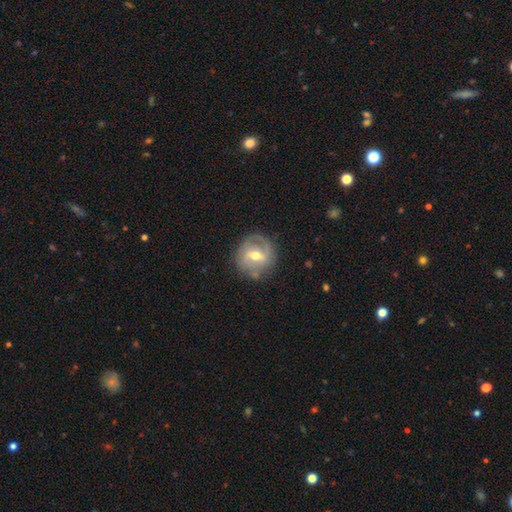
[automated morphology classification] The model was most divided on "spiral winding": medium: 40%, tight: 38%, loose: 22%. More confident: edge-on disk — no (96%); spiral arms — yes (77%); merging — none (76%); smooth or featured — featured or disk (71%); bulge size — moderate (69%); spiral arm count — 2 (67%); bar — weak (50%).